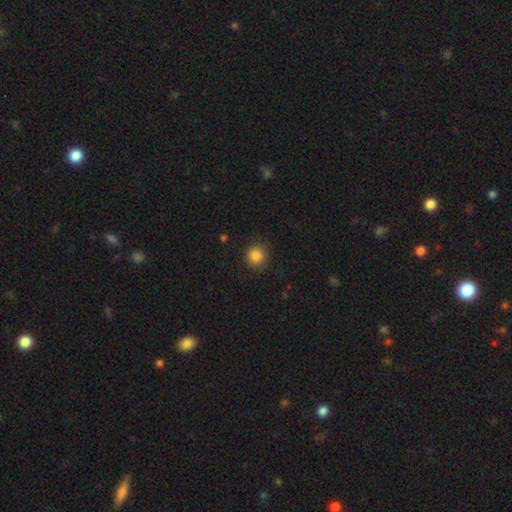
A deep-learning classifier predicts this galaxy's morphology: Smooth or featured? Predicted: smooth (p=0.86). How rounded? Predicted: round (p=0.92). Merging? Predicted: none (p=0.89).